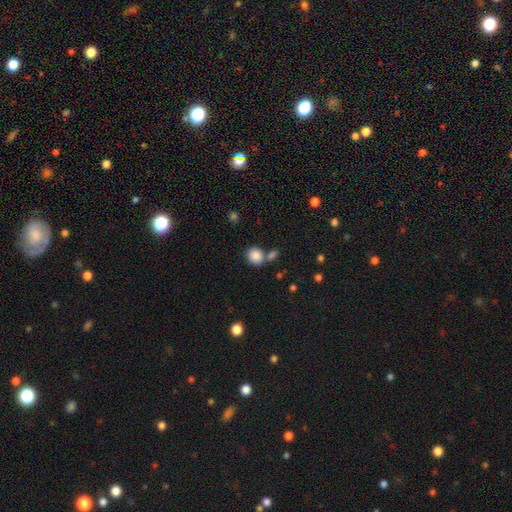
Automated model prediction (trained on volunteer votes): The model was most divided on "merging": none: 58%, merger: 27%, minor disturbance: 11%, major disturbance: 4%. More confident: smooth or featured — smooth (86%); how rounded — round (73%).